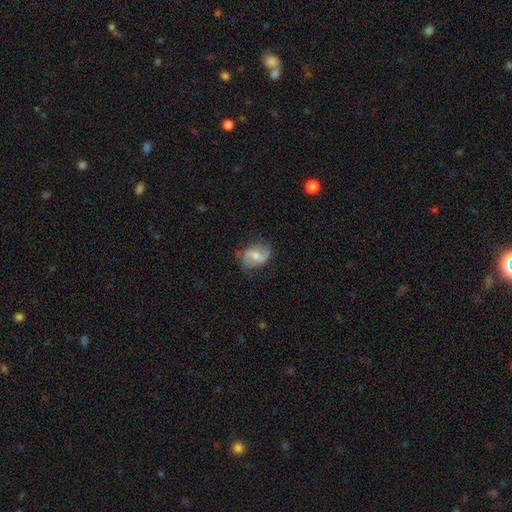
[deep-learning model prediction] Morphology: type=featured or disk (61%); edge-on=no (96%); bar=weak (47%); spiral arms=yes (81%); bulge=moderate (56%); merging=none (67%).